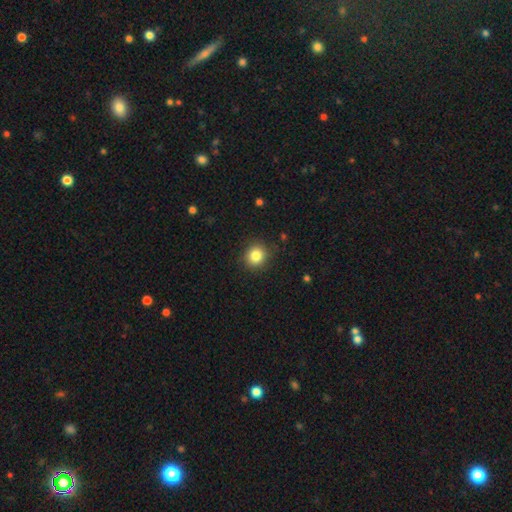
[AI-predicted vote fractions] Smooth or featured? smooth (83%)
How rounded? round (86%)
Merging? none (87%)